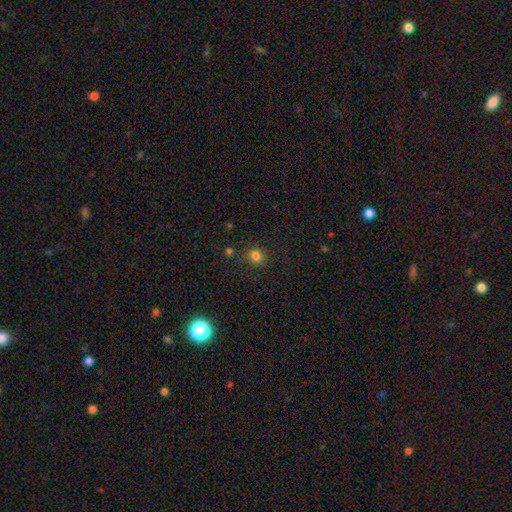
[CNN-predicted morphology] Overall: smooth (81%). How rounded: round (72%). Merging: none (83%).